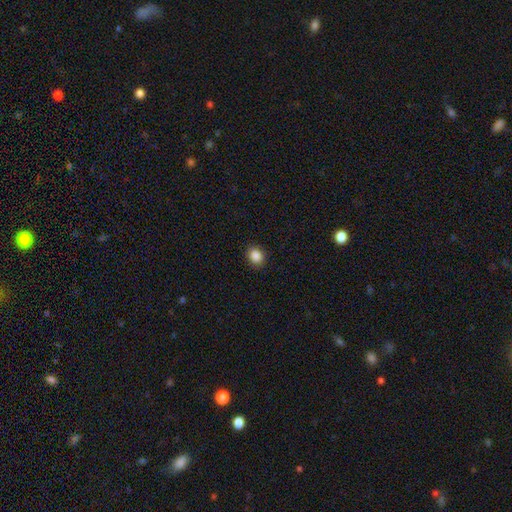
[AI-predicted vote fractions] Smooth or featured? smooth (87%)
How rounded? round (56%)
Merging? none (89%)